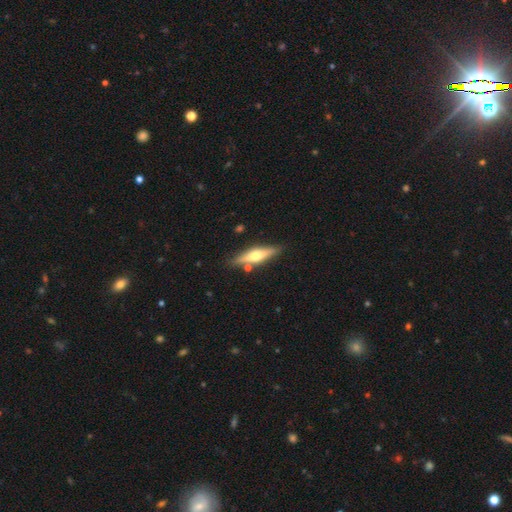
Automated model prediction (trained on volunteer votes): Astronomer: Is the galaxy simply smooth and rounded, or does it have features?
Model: featured or disk — 59% (runner-up: smooth, 35%).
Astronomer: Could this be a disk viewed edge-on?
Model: yes — 94%.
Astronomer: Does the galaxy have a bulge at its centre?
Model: rounded — 92%.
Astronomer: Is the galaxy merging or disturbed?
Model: none — 83%.